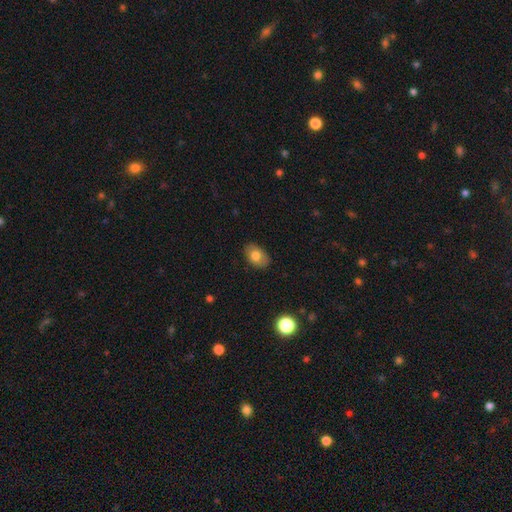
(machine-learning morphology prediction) A smooth galaxy with no disk features (76%) that is in between round and cigar-shaped (84%). Merging: none (84%).